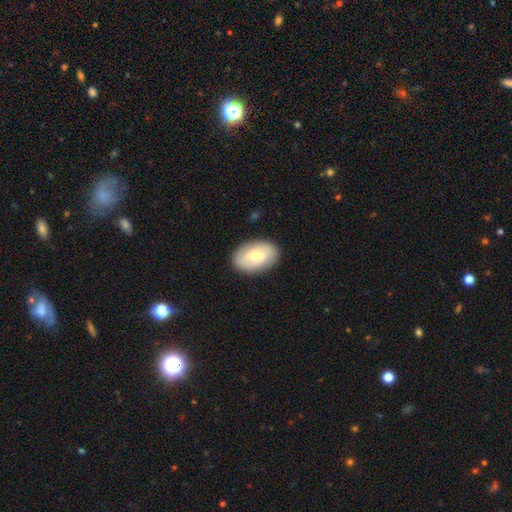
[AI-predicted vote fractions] This appears to be a smooth galaxy with no disk features (60%) that is in between round and cigar-shaped (90%). Merging: none (87%).